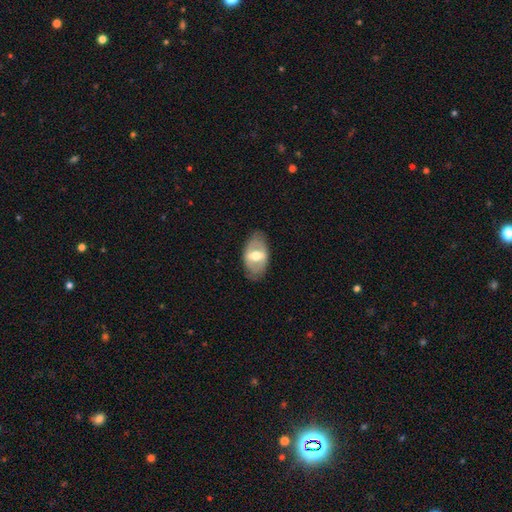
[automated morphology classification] This is possibly a featured or disk galaxy (57%). It is clearly not viewed edge-on (87%). Merging: likely none (79%).